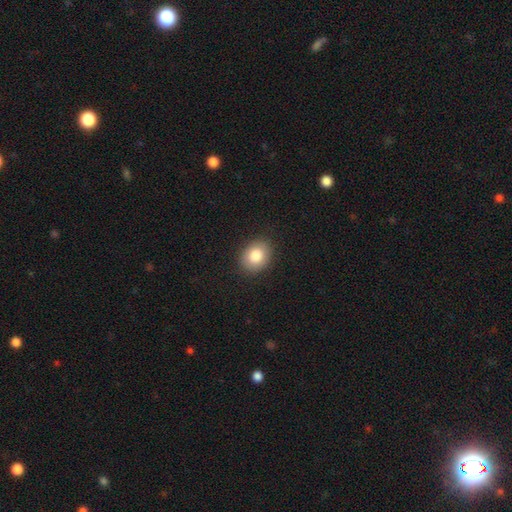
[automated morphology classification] The model was most divided on "how rounded": in between: 55%, round: 44%, cigar-shaped: 1%. More confident: merging — none (87%); smooth or featured — smooth (84%).